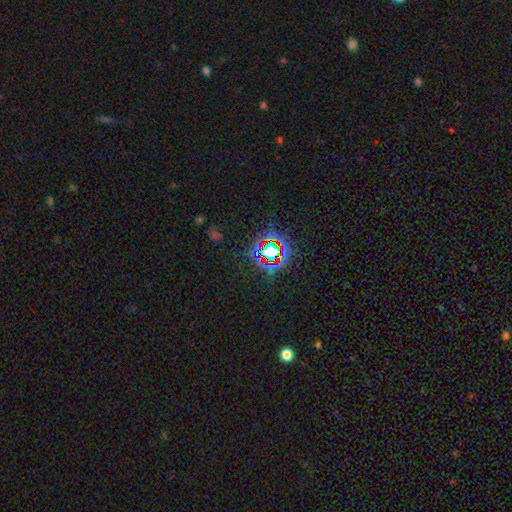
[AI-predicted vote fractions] This appears to be a star or artifact, not a galaxy (77%).